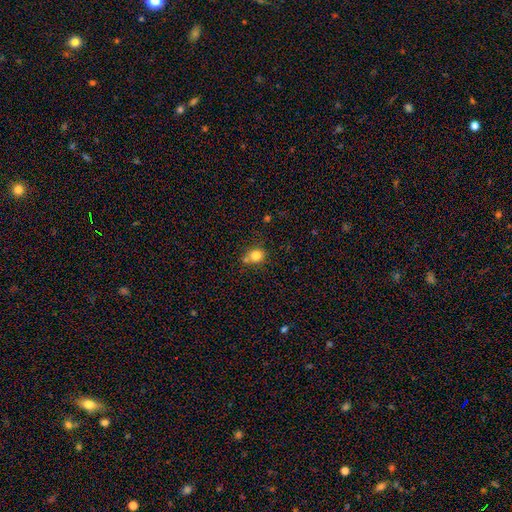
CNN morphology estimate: Smooth or featured: smooth — 81% (star or artifact — 12%)
How rounded: round — 82% (in between — 17%)
Merging: none — 63% (merger — 21%)